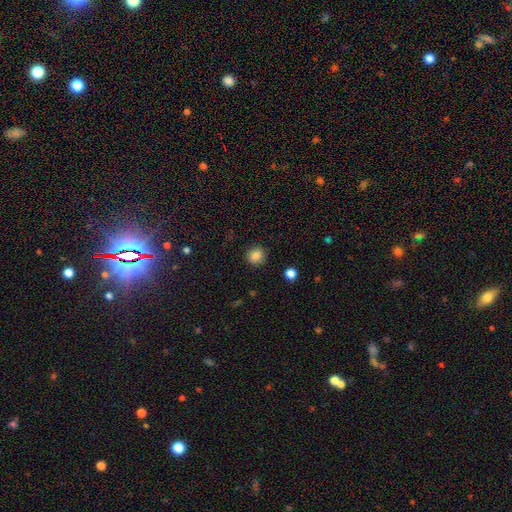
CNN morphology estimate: Smooth or featured? smooth (85%)
How rounded? round (90%)
Merging? none (91%)